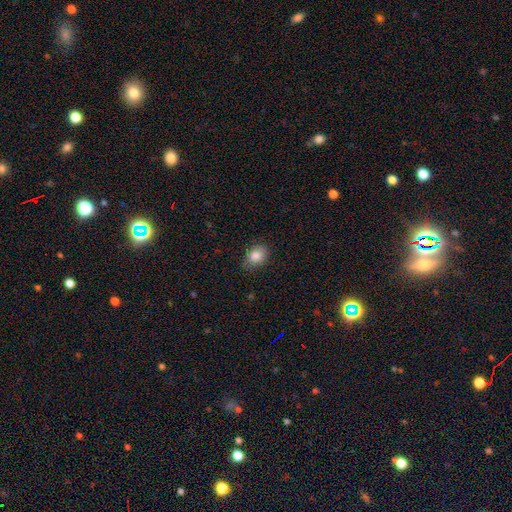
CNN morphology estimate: Smooth or featured? Predicted: smooth (p=0.86). How rounded? Predicted: in between (p=0.58). Merging? Predicted: none (p=0.77).